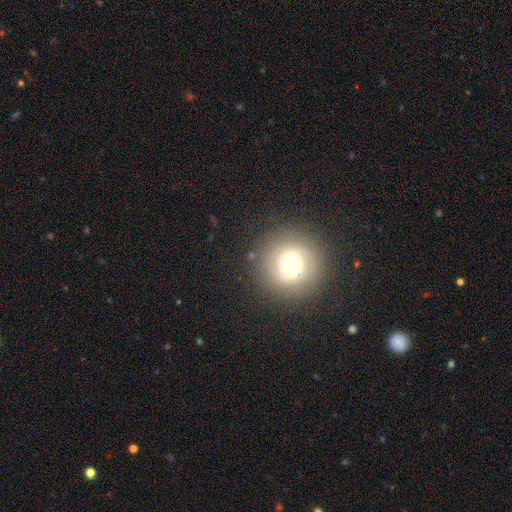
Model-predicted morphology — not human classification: The model was most divided on "smooth or featured": smooth: 63%, star or artifact: 21%, featured or disk: 16%. More confident: how rounded — round (92%); merging — none (91%).